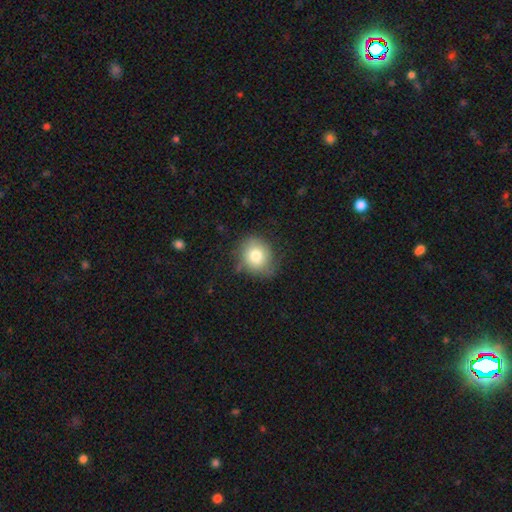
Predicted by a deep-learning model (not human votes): A smooth galaxy with no disk features (78%) that is round (72%).

Vote fractions:
- Smooth or featured? smooth: 78% / featured or disk: 12% / star or artifact: 10%
- How rounded? round: 72% / in between: 27% / cigar-shaped: 1%
- Merging? none: 73% / minor disturbance: 20% / major disturbance: 5% / merger: 2%